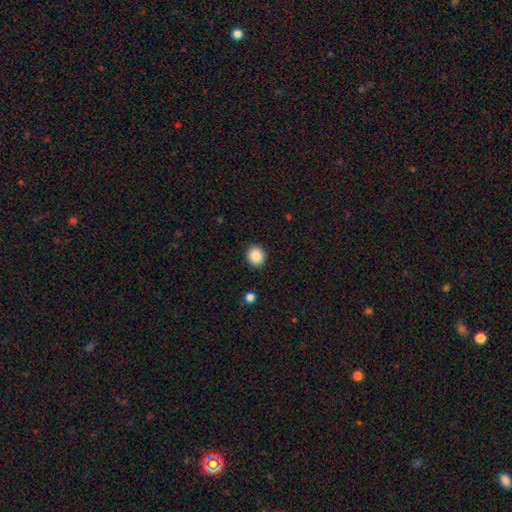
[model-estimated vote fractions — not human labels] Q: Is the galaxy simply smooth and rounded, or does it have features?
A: smooth — 87%.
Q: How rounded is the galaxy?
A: round — 77%.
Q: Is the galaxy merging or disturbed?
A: none — 91%.